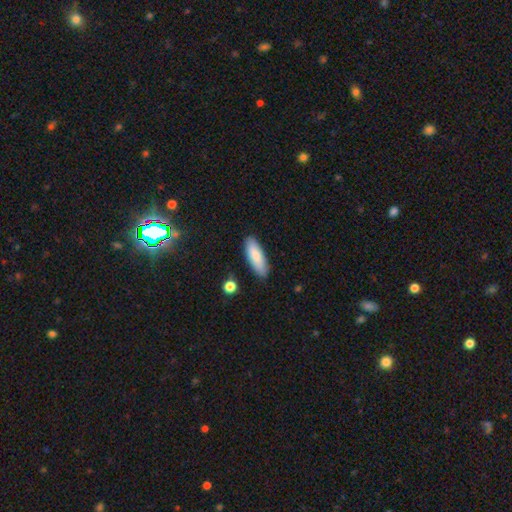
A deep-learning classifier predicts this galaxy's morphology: A smooth galaxy with no disk features (83%) that is in between round and cigar-shaped (61%).

Vote fractions:
- Smooth or featured? smooth: 83% / featured or disk: 11% / star or artifact: 6%
- How rounded? in between: 61% / cigar-shaped: 37% / round: 2%
- Merging? none: 86% / minor disturbance: 10% / major disturbance: 2% / merger: 2%